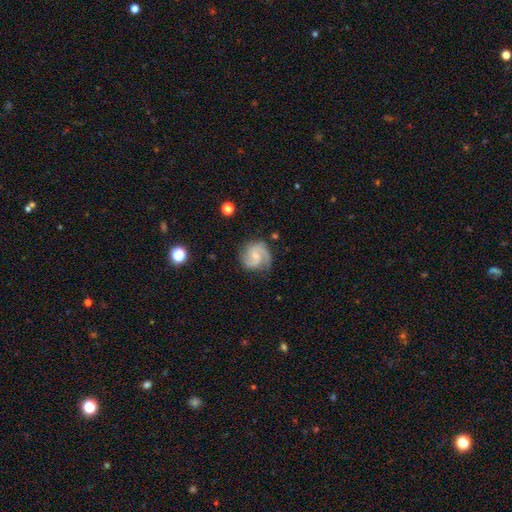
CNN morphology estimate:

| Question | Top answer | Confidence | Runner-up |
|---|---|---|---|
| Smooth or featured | featured or disk | 80% | smooth (14%) |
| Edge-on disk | no | 98% | yes (2%) |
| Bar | no | 56% | weak (38%) |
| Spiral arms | yes | 97% | no (3%) |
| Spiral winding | medium | 50% | tight (33%) |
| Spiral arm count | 2 | 74% | 3 (10%) |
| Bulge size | small | 65% | moderate (24%) |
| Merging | none | 75% | minor disturbance (17%) |